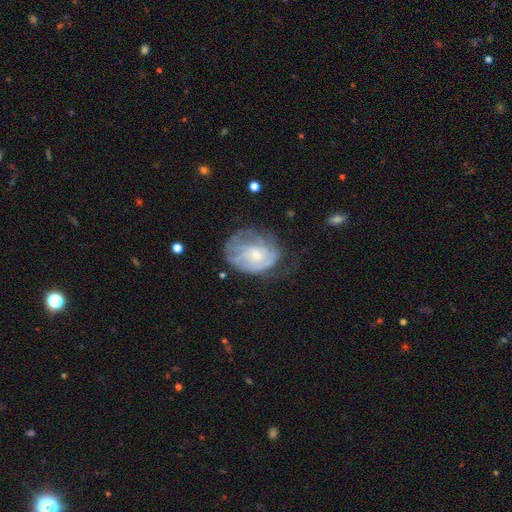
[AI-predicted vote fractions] The model was most divided on "merging": none: 45%, minor disturbance: 27%, major disturbance: 26%, merger: 2%. More confident: edge-on disk — no (97%); bar — no (80%); spiral arms — yes (79%); smooth or featured — featured or disk (71%); bulge size — small (71%); spiral winding — tight (58%); spiral arm count — can't tell (55%).